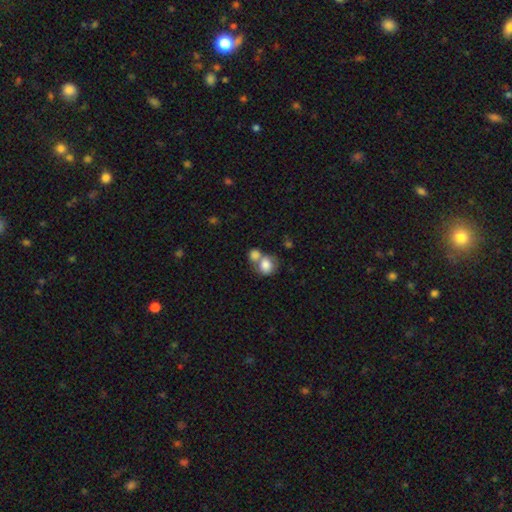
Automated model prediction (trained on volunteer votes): smooth-or-featured: smooth: 78% | featured or disk: 12% | star or artifact: 10%
  how-rounded: round: 69% | in between: 30% | cigar-shaped: 1%
  merging: merger: 52% | none: 36% | minor disturbance: 8% | major disturbance: 4%